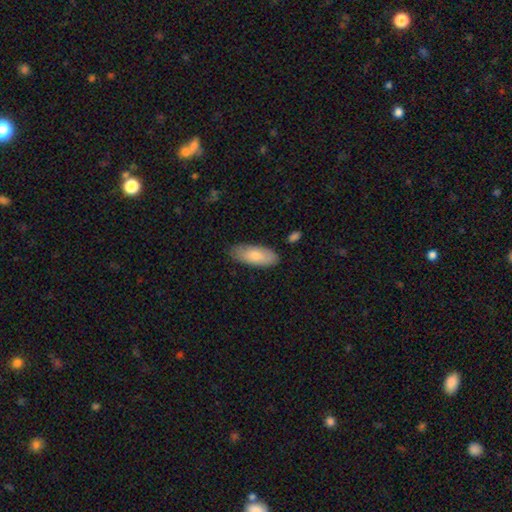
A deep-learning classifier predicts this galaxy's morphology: Smooth or featured: smooth — 80% (featured or disk — 15%)
How rounded: in between — 81% (cigar-shaped — 17%)
Merging: none — 79% (minor disturbance — 16%)